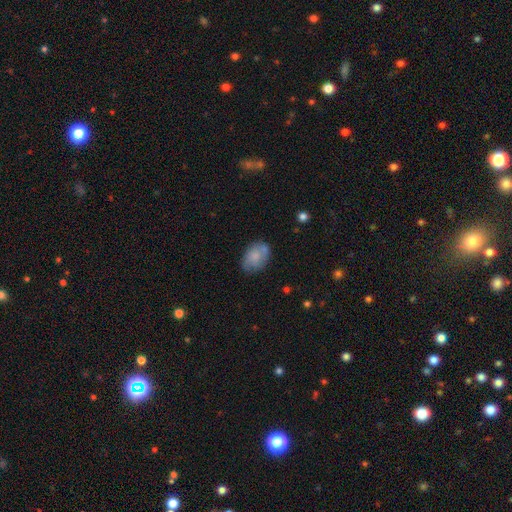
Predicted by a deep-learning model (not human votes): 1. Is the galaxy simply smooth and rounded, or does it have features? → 73% smooth, 20% featured or disk, 7% star or artifact.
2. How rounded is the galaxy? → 82% in between, 17% round, 1% cigar-shaped.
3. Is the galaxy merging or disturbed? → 64% none, 24% minor disturbance, 7% merger, 6% major disturbance.